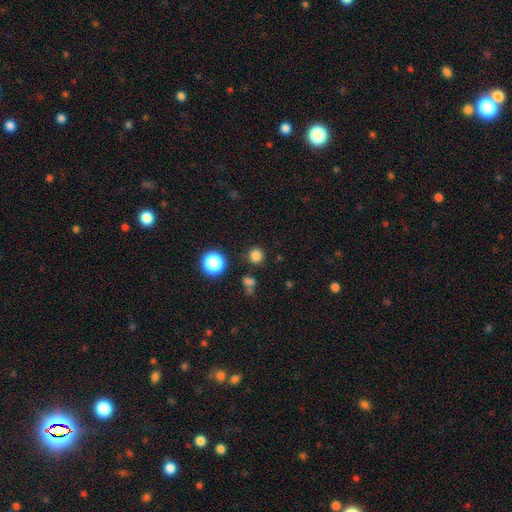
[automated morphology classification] Smooth or featured? Predicted: smooth (p=0.78). How rounded? Predicted: round (p=0.94). Merging? Predicted: none (p=0.86).